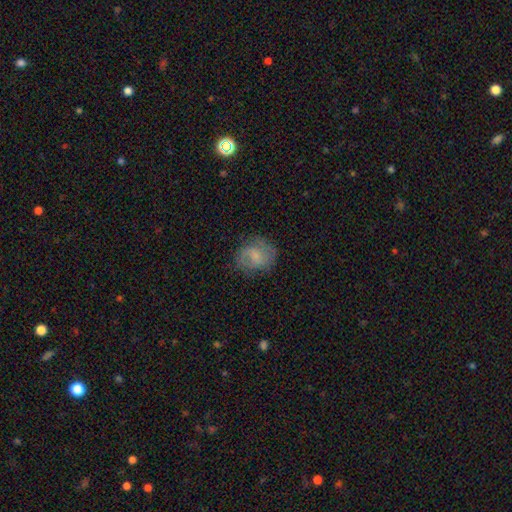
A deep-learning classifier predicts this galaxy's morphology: Overall: smooth (48%; featured or disk 44%). Merging: none (70%).